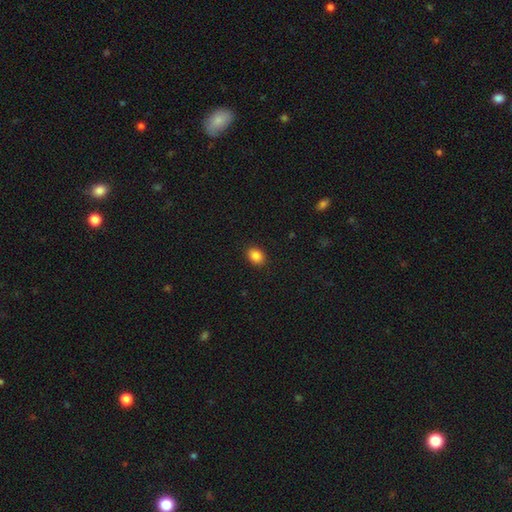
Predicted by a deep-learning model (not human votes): Morphology: type=smooth (86%); roundness=in between (68%); merging=none (90%).